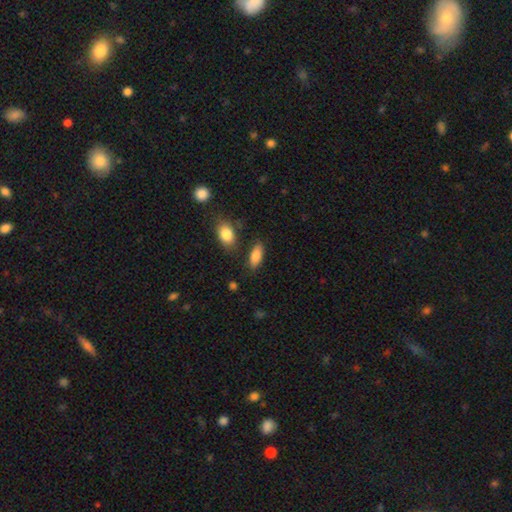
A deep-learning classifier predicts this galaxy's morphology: Overall: smooth (85%). How rounded: in between (82%). Merging: none (79%).